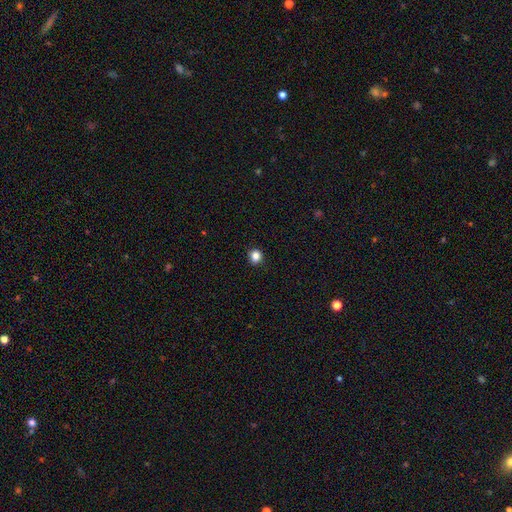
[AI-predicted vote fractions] This appears to be a smooth galaxy with no disk features (84%) that is round (86%). Merging: none (91%).